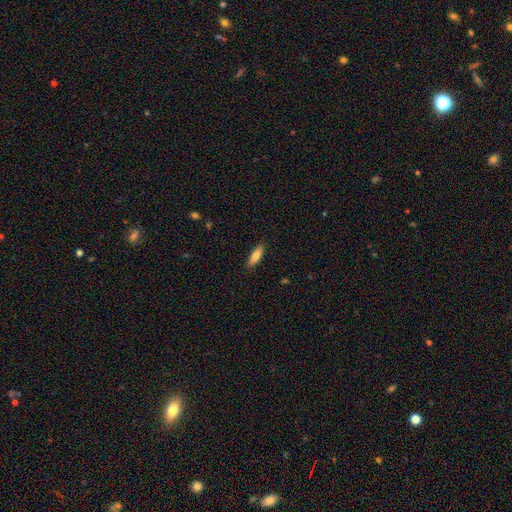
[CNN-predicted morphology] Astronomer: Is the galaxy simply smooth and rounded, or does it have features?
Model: smooth — 82%.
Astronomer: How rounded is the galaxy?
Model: in between — 50% (runner-up: cigar-shaped, 48%).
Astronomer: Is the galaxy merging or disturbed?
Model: none — 88%.